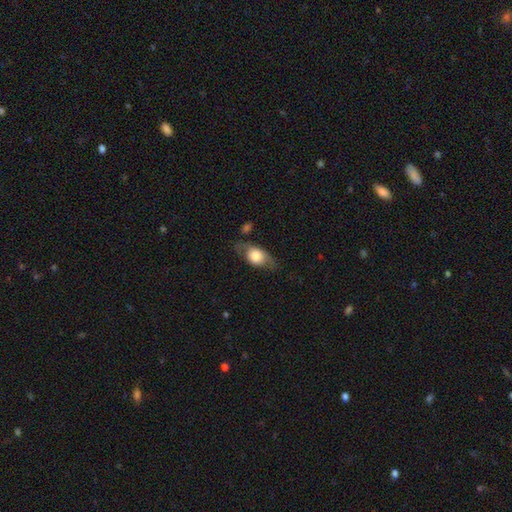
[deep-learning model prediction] The model was most divided on "smooth or featured": smooth: 63%, featured or disk: 31%, star or artifact: 7%. More confident: how rounded — in between (77%); merging — none (63%).